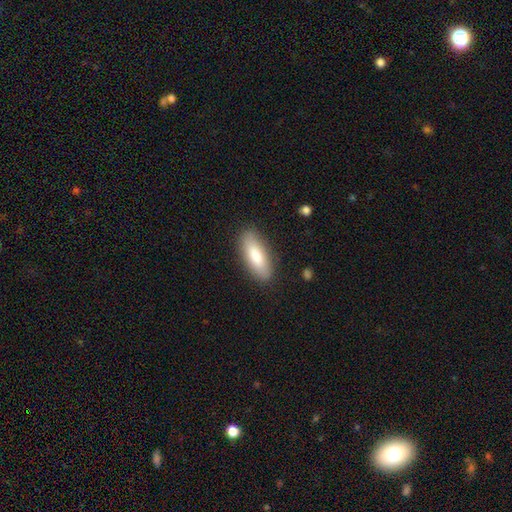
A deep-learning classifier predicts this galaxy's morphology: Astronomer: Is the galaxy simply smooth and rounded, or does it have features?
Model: smooth — 80%.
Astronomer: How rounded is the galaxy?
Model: in between — 71%.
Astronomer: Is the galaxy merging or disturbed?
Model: none — 86%.